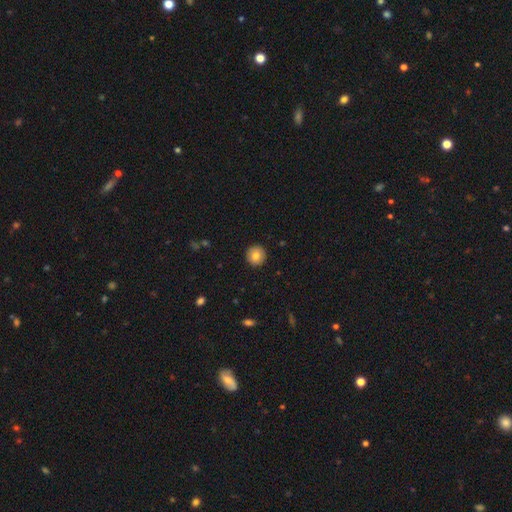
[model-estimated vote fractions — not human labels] Smooth or featured: smooth — 80% (featured or disk — 12%)
How rounded: round — 95% (in between — 4%)
Merging: none — 92% (minor disturbance — 5%)